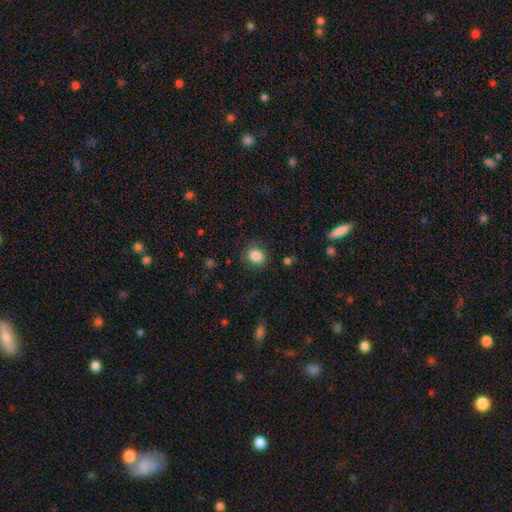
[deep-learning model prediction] The model was most divided on "how rounded": round: 66%, in between: 33%, cigar-shaped: 1%. More confident: smooth or featured — smooth (85%); merging — none (84%).